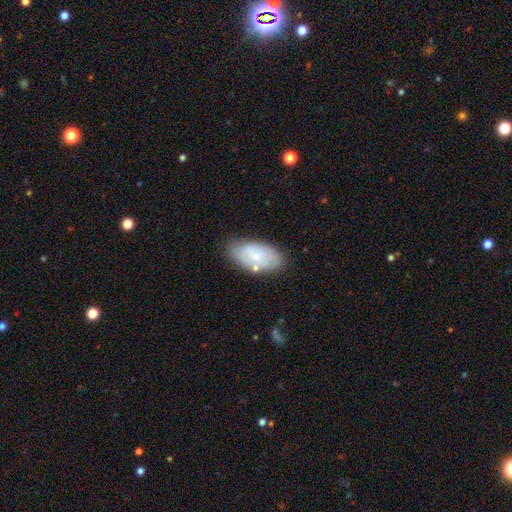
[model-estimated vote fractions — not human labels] The model was most divided on "smooth or featured": smooth: 61%, featured or disk: 32%, star or artifact: 7%. More confident: how rounded — in between (94%); merging — none (72%).